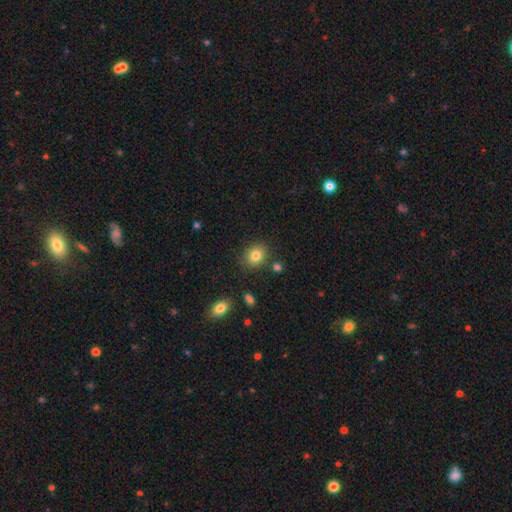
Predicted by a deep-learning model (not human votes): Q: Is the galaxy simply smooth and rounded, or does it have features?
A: smooth — 82%.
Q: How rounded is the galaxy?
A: round — 63%.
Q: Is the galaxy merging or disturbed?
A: none — 83%.